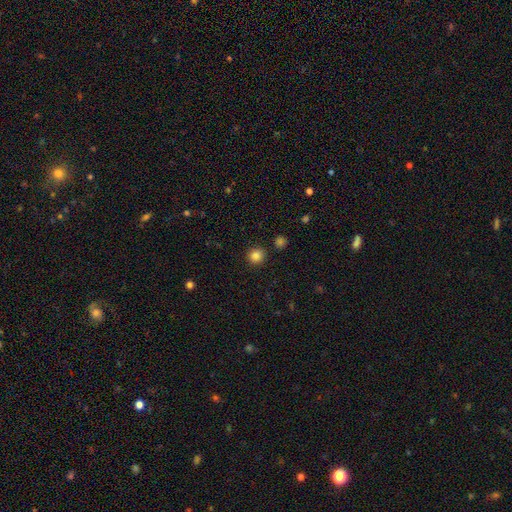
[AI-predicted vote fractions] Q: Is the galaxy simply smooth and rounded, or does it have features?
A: smooth — 85%.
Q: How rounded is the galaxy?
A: round — 92%.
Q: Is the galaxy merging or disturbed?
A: none — 89%.